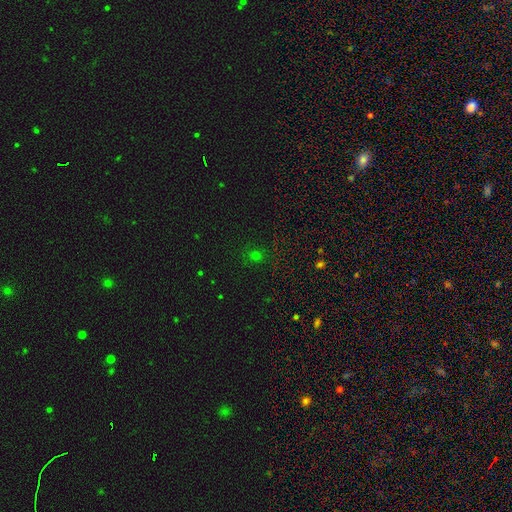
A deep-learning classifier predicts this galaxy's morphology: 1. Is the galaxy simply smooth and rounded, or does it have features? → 61% smooth, 33% star or artifact, 6% featured or disk.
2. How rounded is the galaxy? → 84% round, 14% in between, 1% cigar-shaped.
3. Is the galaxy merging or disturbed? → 84% none, 10% minor disturbance, 4% major disturbance, 2% merger.